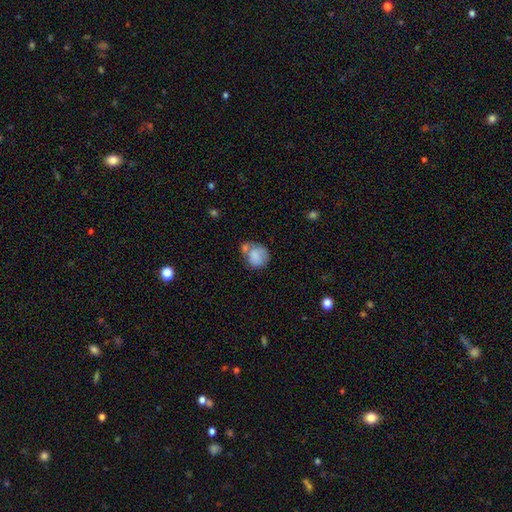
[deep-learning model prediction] smooth-or-featured: smooth: 77% | featured or disk: 16% | star or artifact: 8%
  how-rounded: round: 69% | in between: 30% | cigar-shaped: 1%
  merging: none: 35% | merger: 31% | minor disturbance: 22% | major disturbance: 12%